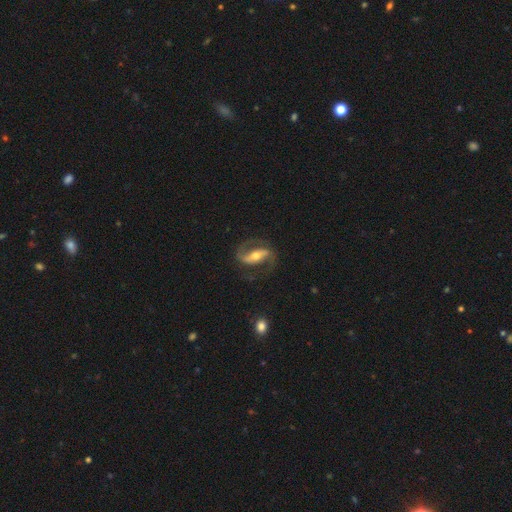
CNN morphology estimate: This is clearly a featured or disk galaxy (88%). It is clearly not viewed edge-on (95%). Bar: likely strong (60%). Spiral arm pattern: clearly yes (95%). Spiral arm count: clearly 2 (92%). Spiral winding: possibly medium (53%). Central bulge: likely moderate (64%). Merging: likely none (76%).